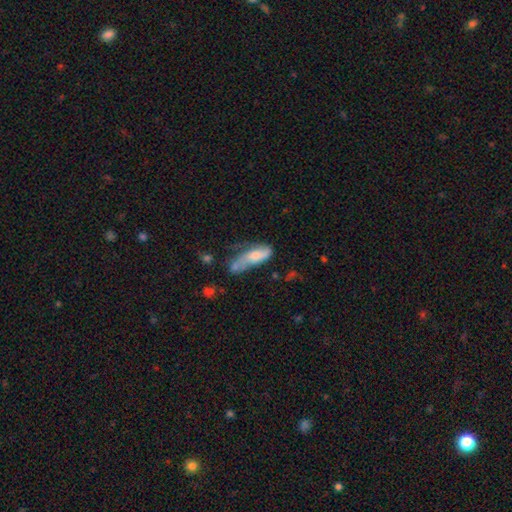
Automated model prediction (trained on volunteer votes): The model was most divided on "merging": minor disturbance: 28%, none: 27%, major disturbance: 23%, merger: 22%. More confident: how rounded — in between (67%); smooth or featured — smooth (63%).